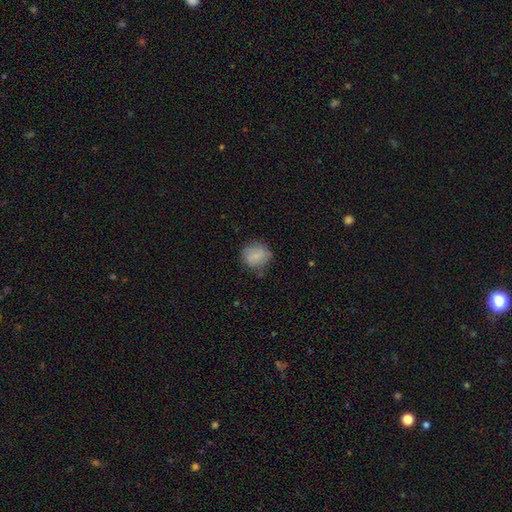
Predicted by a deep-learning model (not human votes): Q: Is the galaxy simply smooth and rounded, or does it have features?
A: smooth — 76%.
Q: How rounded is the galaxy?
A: round — 82%.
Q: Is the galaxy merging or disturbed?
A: none — 71%.